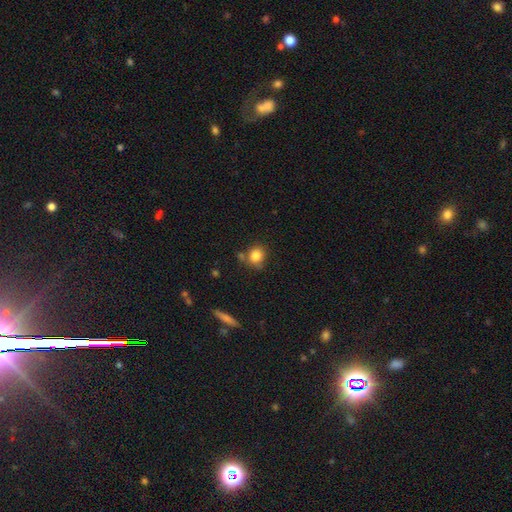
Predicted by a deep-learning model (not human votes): Overall: smooth (83%). How rounded: round (83%). Merging: none (70%).